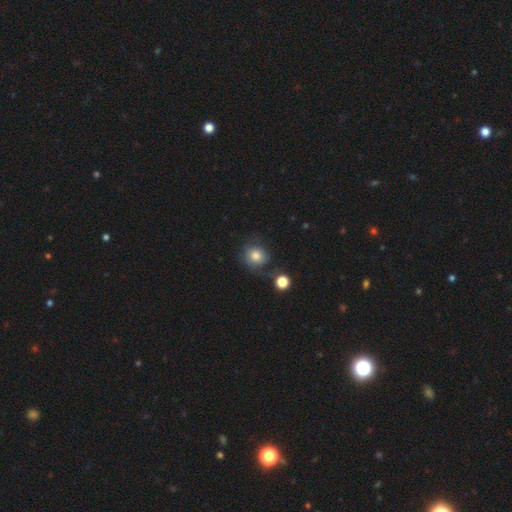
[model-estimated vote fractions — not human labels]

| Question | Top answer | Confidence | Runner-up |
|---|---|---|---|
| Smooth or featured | smooth | 79% | featured or disk (11%) |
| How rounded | round | 85% | in between (15%) |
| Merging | none | 65% | minor disturbance (19%) |